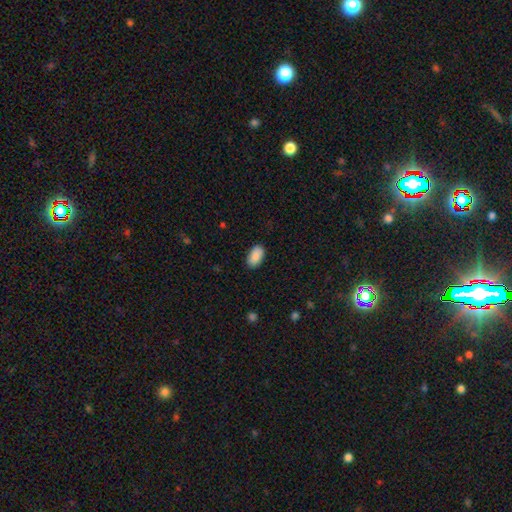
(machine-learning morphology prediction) The model was most divided on "merging": none: 87%, minor disturbance: 10%, major disturbance: 2%, merger: 1%. More confident: how rounded — in between (95%); smooth or featured — smooth (90%).